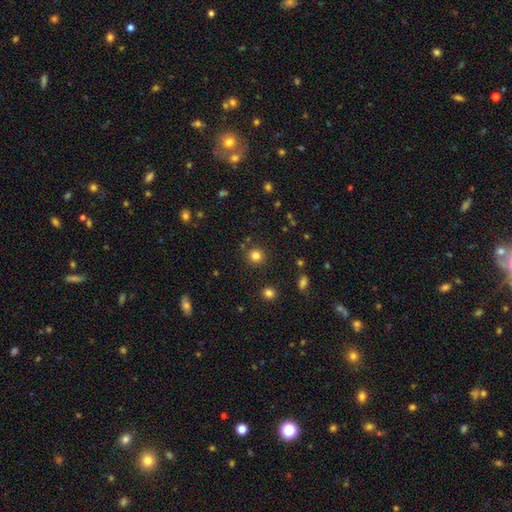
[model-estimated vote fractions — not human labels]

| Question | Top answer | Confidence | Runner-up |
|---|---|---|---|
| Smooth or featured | smooth | 82% | star or artifact (13%) |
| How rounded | round | 91% | in between (8%) |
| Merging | none | 87% | minor disturbance (7%) |